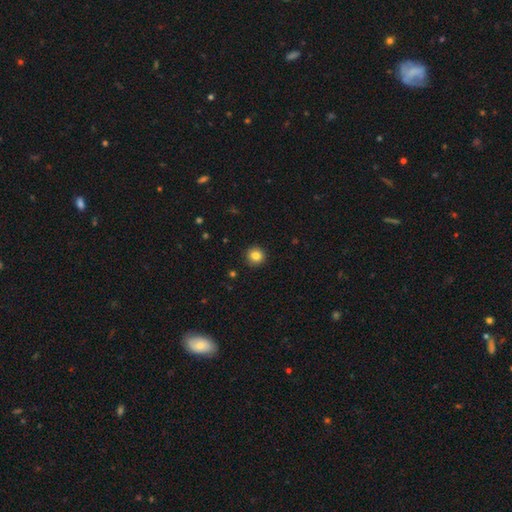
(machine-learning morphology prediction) Smooth or featured?
  - smooth: 83% *
  - star or artifact: 10%
  - featured or disk: 6%
How rounded?
  - round: 95% *
  - in between: 4%
  - cigar-shaped: 1%
Merging?
  - none: 92% *
  - minor disturbance: 5%
  - major disturbance: 2%
  - merger: 1%